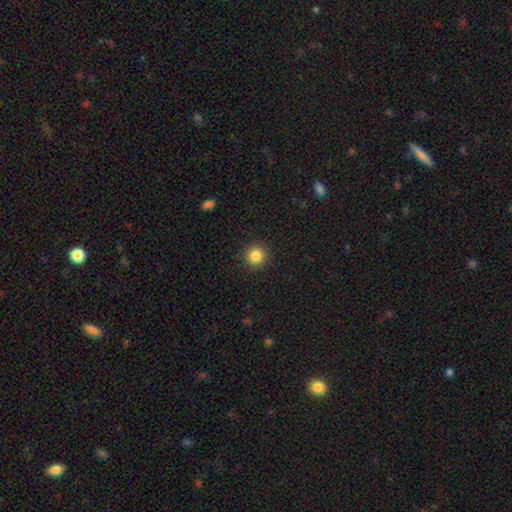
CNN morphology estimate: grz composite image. It shows a smooth galaxy with no disk features (85%) that is round (94%). Merging: none (92%).